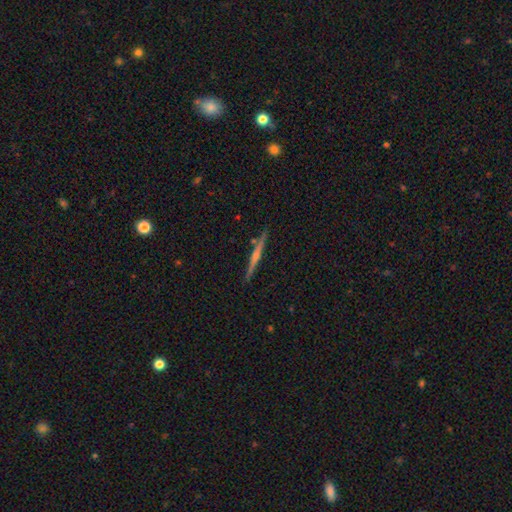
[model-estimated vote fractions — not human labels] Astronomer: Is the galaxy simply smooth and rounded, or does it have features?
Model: featured or disk — 74%.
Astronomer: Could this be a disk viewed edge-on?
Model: yes — 98%.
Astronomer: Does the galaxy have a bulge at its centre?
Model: rounded — 68%.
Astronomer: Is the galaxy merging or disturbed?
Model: none — 90%.